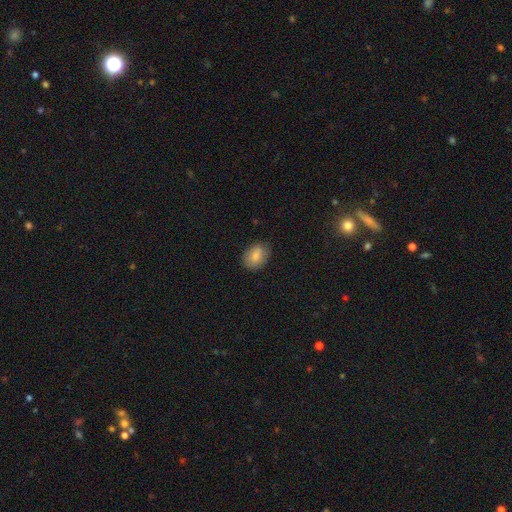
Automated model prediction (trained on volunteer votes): Smooth or featured? Predicted: smooth (p=0.83). How rounded? Predicted: in between (p=0.74). Merging? Predicted: none (p=0.80).